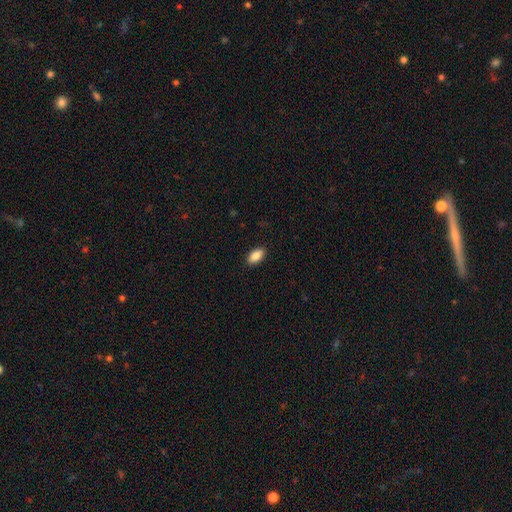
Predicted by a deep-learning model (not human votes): smooth 87%, star or artifact 7%, featured or disk 6%. Down the decision tree: how rounded — in between (92%); merging — none (90%).